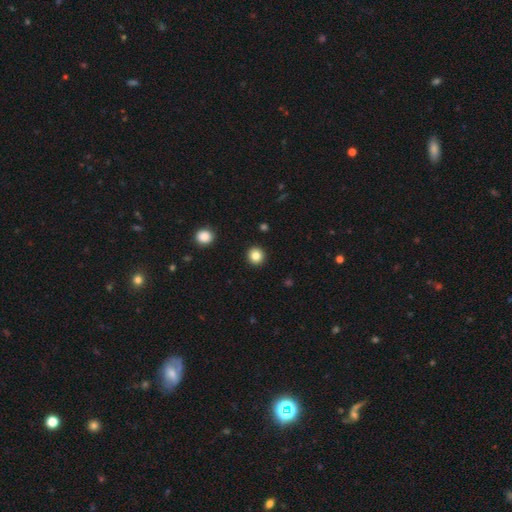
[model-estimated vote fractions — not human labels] Q: Smooth or featured?
A: smooth (84%); runner-up: star or artifact (11%)
Q: How rounded?
A: round (93%); runner-up: in between (6%)
Q: Merging?
A: none (93%); runner-up: minor disturbance (4%)